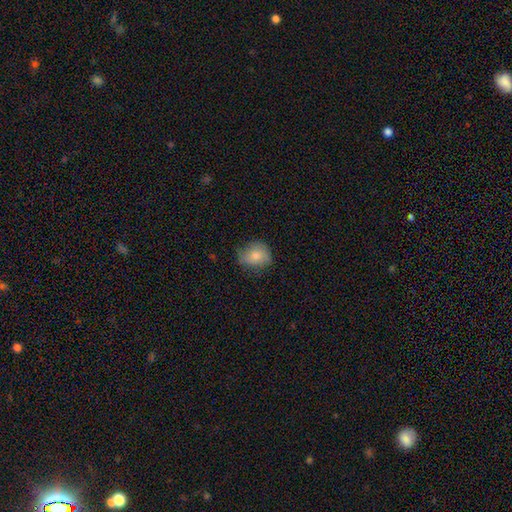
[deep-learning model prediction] The model was most divided on "how rounded": round: 57%, in between: 42%, cigar-shaped: 1%. More confident: smooth or featured — smooth (79%); merging — none (59%).